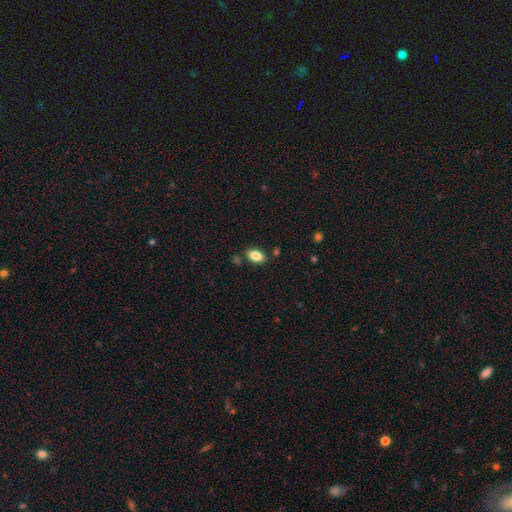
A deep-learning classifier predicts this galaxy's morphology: Smooth or featured? Predicted: smooth (p=0.84). How rounded? Predicted: in between (p=0.91). Merging? Predicted: none (p=0.83).